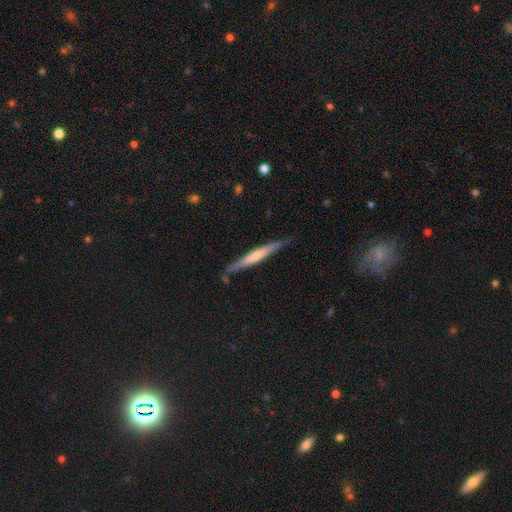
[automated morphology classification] Overall: featured or disk (48%; smooth 47%). Merging: none (82%).